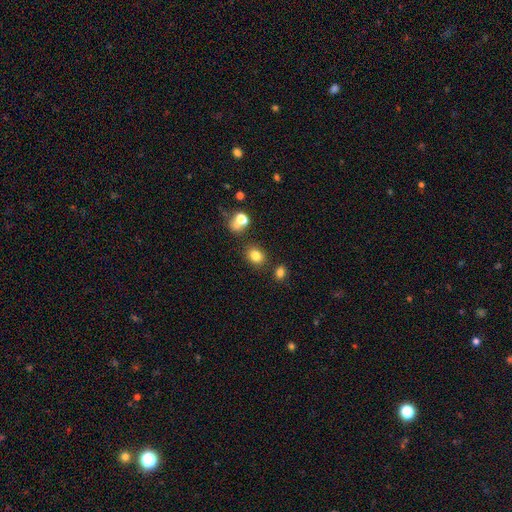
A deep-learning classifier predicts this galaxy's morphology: smooth_or_featured: smooth (p=0.81) [alt: star or artifact p=0.13]
how_rounded: round (p=0.54) [alt: in between p=0.45]
merging: none (p=0.77) [alt: minor disturbance p=0.11]